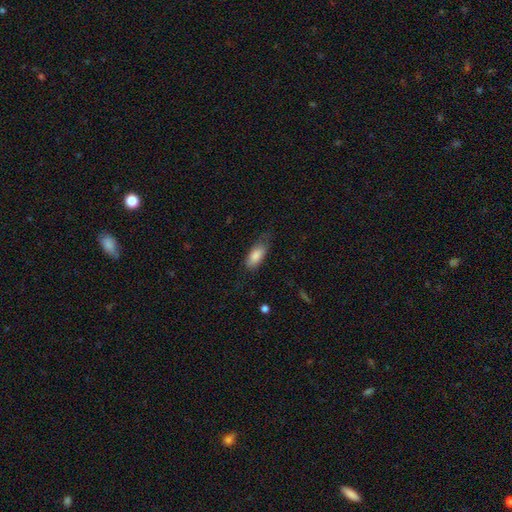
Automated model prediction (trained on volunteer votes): This appears to be a smooth galaxy with no disk features (83%) that is in between round and cigar-shaped (85%). Merging: none (55%).